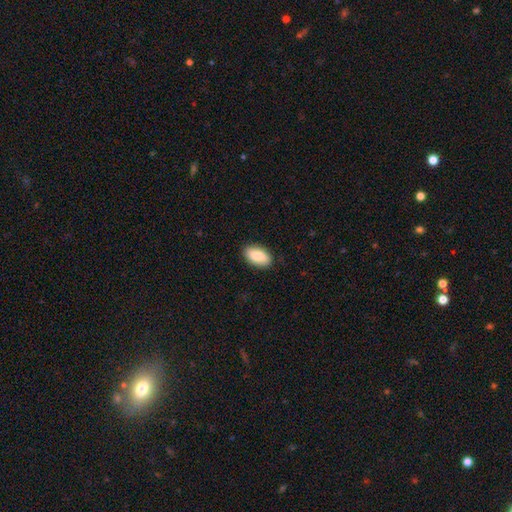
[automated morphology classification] smooth 83%, featured or disk 10%, star or artifact 6%. Down the decision tree: how rounded — in between (94%); merging — none (88%).